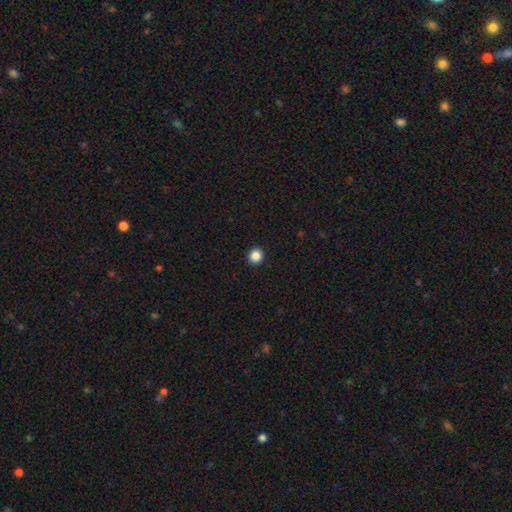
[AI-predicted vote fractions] A smooth galaxy with no disk features (86%) that is round (93%).

Vote fractions:
- Smooth or featured? smooth: 86% / star or artifact: 11% / featured or disk: 3%
- How rounded? round: 93% / in between: 6% / cigar-shaped: 1%
- Merging? none: 94% / minor disturbance: 4% / major disturbance: 1% / merger: 1%